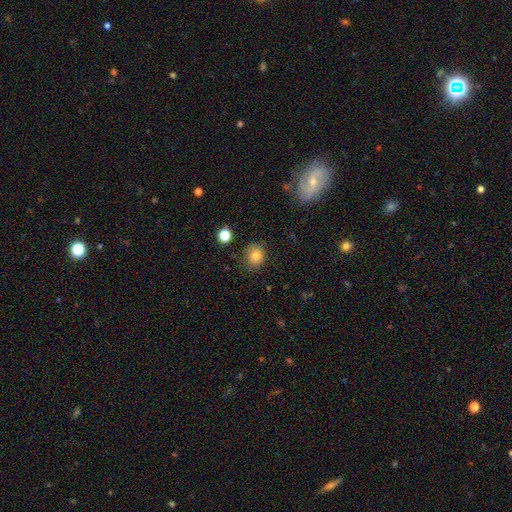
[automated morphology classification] A smooth galaxy with no disk features (80%) that is round (79%).

Vote fractions:
- Smooth or featured? smooth: 80% / star or artifact: 12% / featured or disk: 8%
- How rounded? round: 79% / in between: 20% / cigar-shaped: 1%
- Merging? none: 82% / minor disturbance: 13% / major disturbance: 3% / merger: 2%